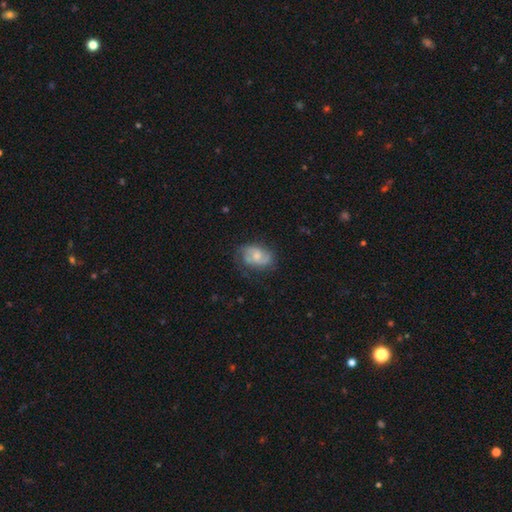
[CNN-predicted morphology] type=featured or disk (60%); edge-on=no (97%); bar=no (60%); spiral arms=yes (86%); bulge=moderate (49%); merging=none (64%).